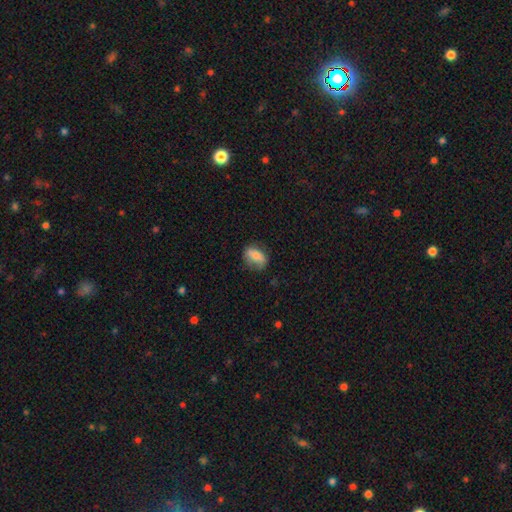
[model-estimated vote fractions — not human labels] A smooth galaxy with no disk features (74%) that is in between round and cigar-shaped (80%). Merging: none (69%).